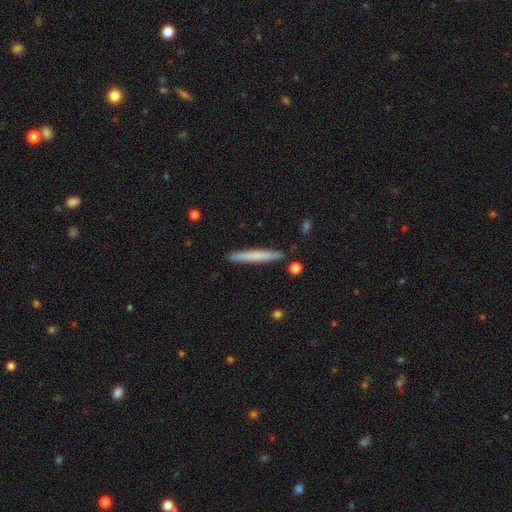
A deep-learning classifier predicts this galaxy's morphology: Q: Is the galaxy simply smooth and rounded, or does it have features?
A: smooth — 63%.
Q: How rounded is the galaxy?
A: cigar-shaped — 96%.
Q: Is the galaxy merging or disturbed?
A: none — 88%.